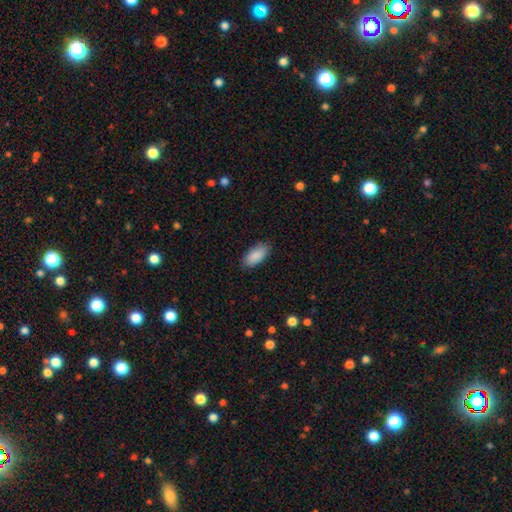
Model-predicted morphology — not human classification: Overall: smooth (90%). How rounded: in between (91%). Merging: none (87%).